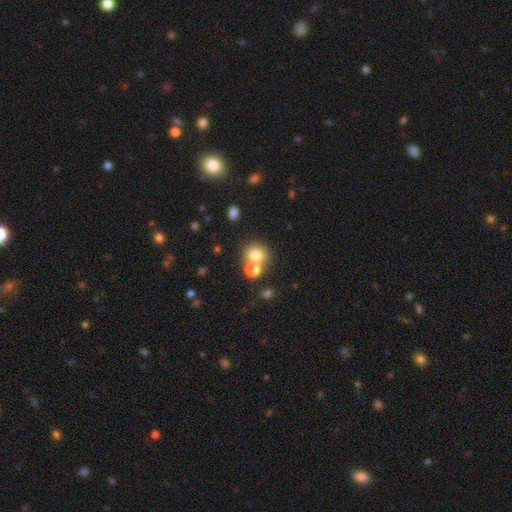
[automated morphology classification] Smooth or featured: smooth — 76% (star or artifact — 13%)
How rounded: round — 81% (in between — 18%)
Merging: none — 50% (merger — 39%)